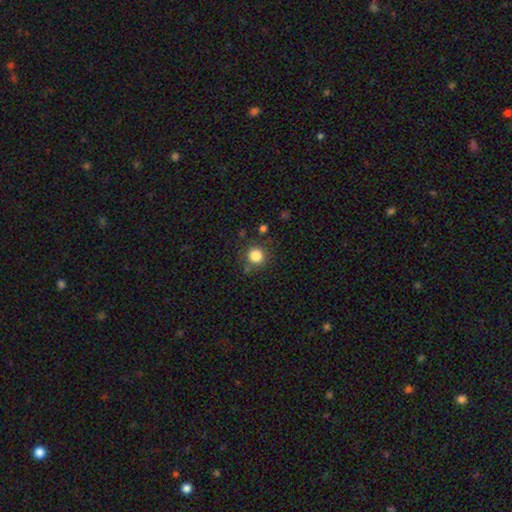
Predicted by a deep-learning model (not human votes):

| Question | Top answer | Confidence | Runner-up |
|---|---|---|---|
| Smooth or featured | smooth | 83% | star or artifact (12%) |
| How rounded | round | 91% | in between (8%) |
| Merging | none | 82% | minor disturbance (10%) |